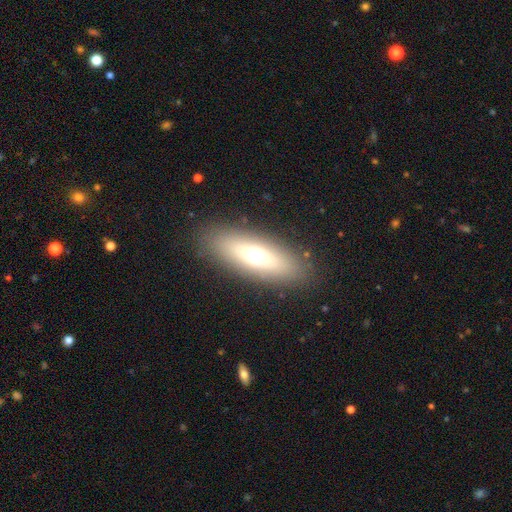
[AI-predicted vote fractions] Overall: smooth (60%; featured or disk 30%). How rounded: in between (61%; cigar-shaped 34%). Merging: none (87%).